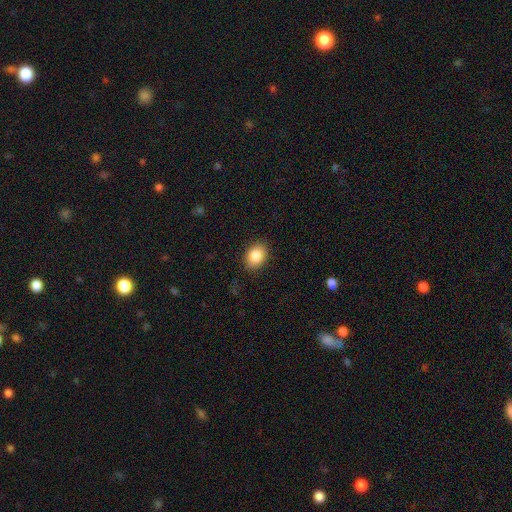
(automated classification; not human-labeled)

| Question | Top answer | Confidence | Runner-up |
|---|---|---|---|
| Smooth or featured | smooth | 86% | star or artifact (8%) |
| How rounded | in between | 68% | round (31%) |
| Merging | none | 86% | minor disturbance (10%) |